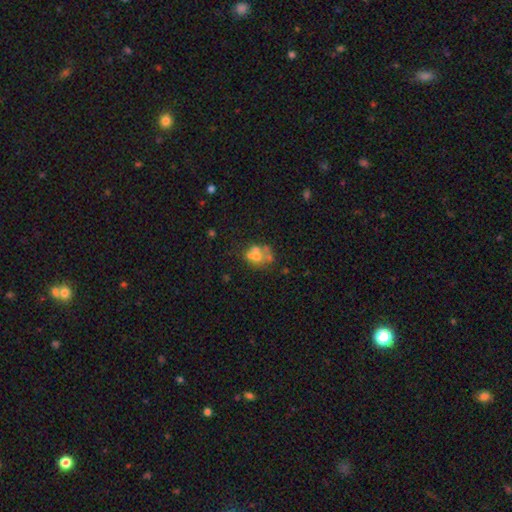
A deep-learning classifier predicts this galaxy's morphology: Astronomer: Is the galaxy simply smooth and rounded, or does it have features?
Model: featured or disk — 43% (runner-up: smooth, 42%).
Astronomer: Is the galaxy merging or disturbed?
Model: merger — 41% (runner-up: none, 34%).